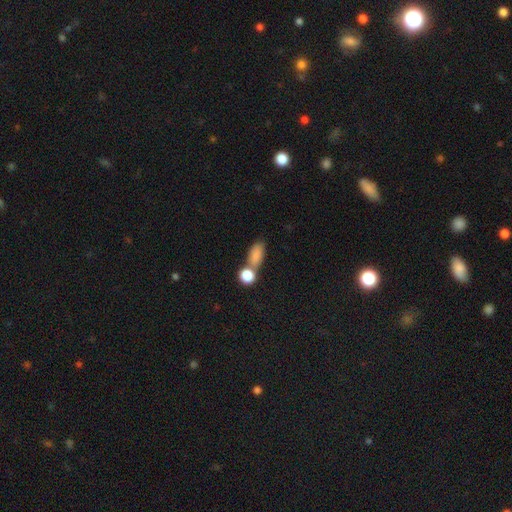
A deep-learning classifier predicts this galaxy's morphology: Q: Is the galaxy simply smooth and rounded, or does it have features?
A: smooth — 82%.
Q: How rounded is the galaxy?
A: in between — 76%.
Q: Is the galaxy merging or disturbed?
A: none — 46%.